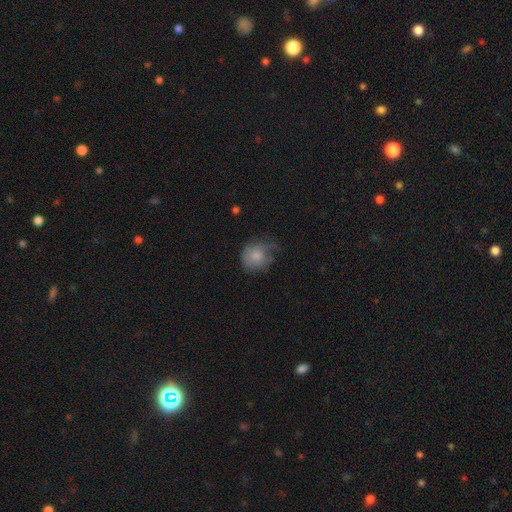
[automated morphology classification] Smooth or featured? smooth (63%)
How rounded? round (70%)
Merging? none (38%)